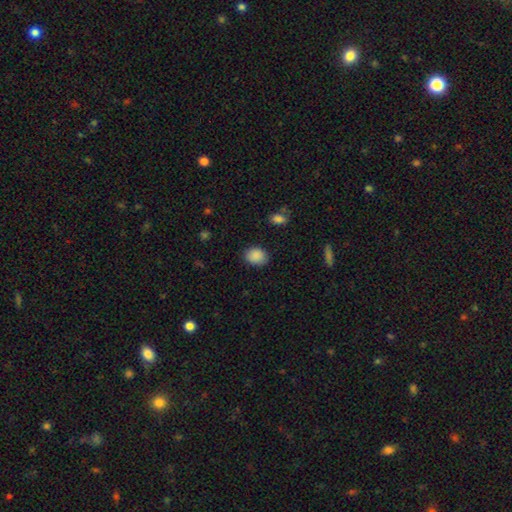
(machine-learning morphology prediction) Smooth or featured? Predicted: smooth (p=0.89). How rounded? Predicted: in between (p=0.53). Merging? Predicted: none (p=0.85).